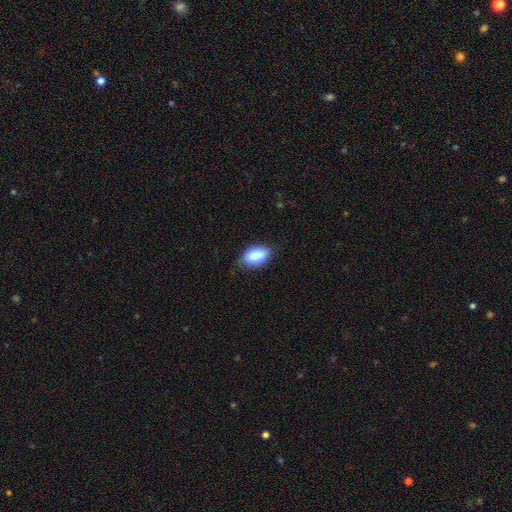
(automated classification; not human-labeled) This appears to be a smooth galaxy with no disk features (87%) that is in between round and cigar-shaped (93%). Merging: none (77%).